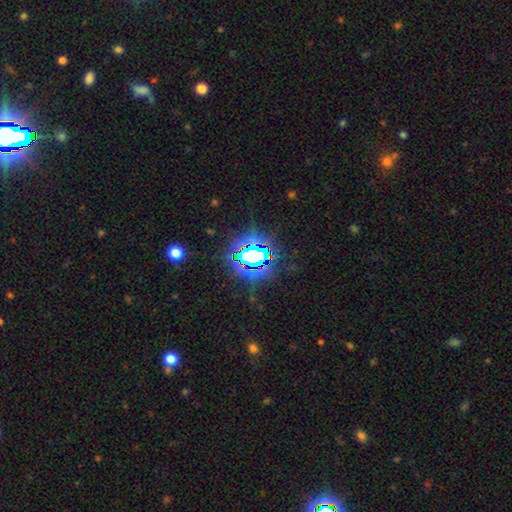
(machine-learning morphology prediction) Smooth or featured: star or artifact — 78% (smooth — 12%)